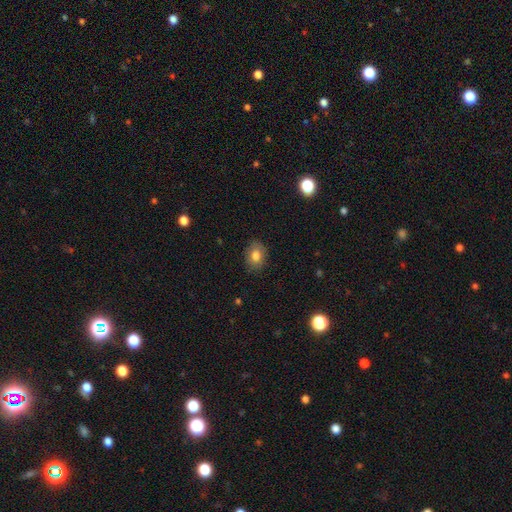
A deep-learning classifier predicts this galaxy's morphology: smooth_or_featured: smooth (p=0.79) [alt: featured or disk p=0.11]
how_rounded: in between (p=0.67) [alt: round p=0.32]
merging: none (p=0.85) [alt: minor disturbance p=0.12]